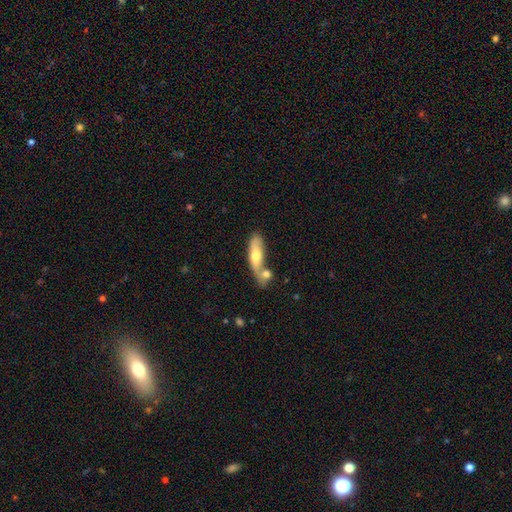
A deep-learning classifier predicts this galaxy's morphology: This is likely a smooth galaxy (64%). How rounded: possibly in between (49%). Merging: marginally merger (42%).